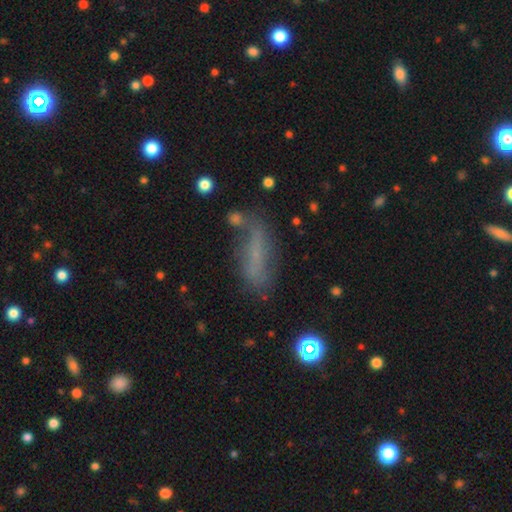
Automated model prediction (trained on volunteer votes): A smooth galaxy with no disk features (55%) that is cigar-shaped (59%). Merging: none (60%).